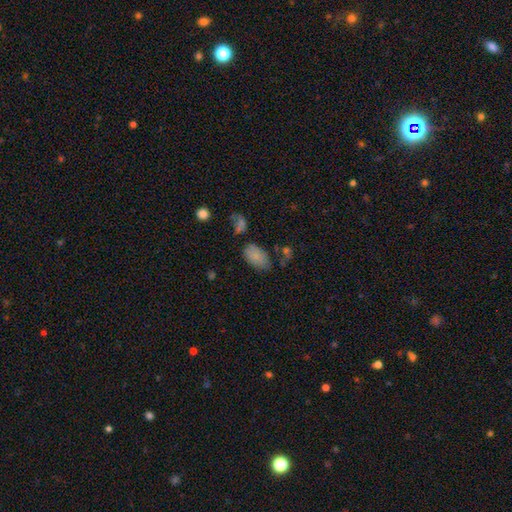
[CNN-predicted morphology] smooth 81%, featured or disk 10%, star or artifact 9%. Down the decision tree: how rounded — in between (93%); merging — none (59%).